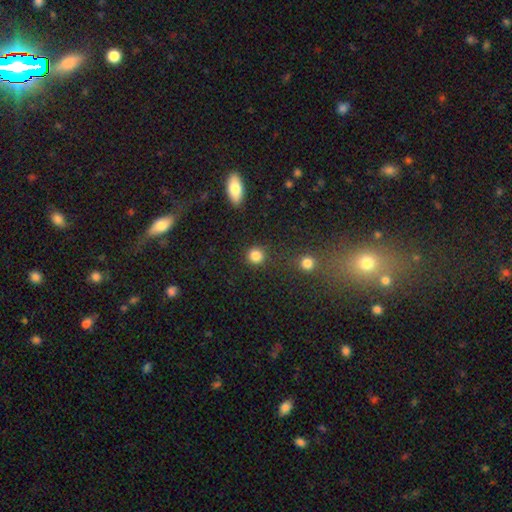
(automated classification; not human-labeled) Smooth or featured? Predicted: smooth (p=0.85). How rounded? Predicted: round (p=0.90). Merging? Predicted: none (p=0.86).